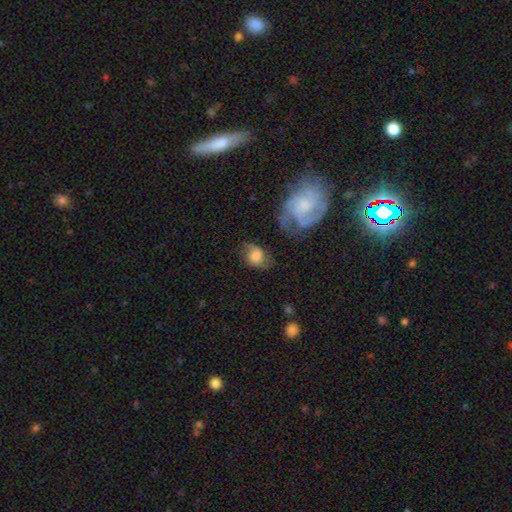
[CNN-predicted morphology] type=smooth (54%); roundness=in between (54%); merging=none (49%).